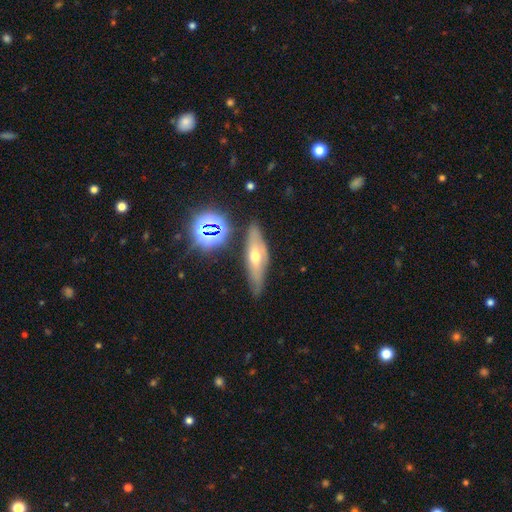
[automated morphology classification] Smooth or featured: featured or disk — 47% (smooth — 35%)
Merging: none — 76% (minor disturbance — 16%)